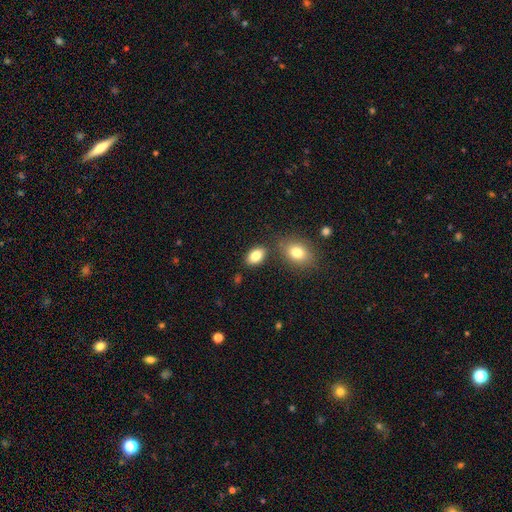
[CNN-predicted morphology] Overall: smooth (83%). How rounded: in between (88%). Merging: none (77%).